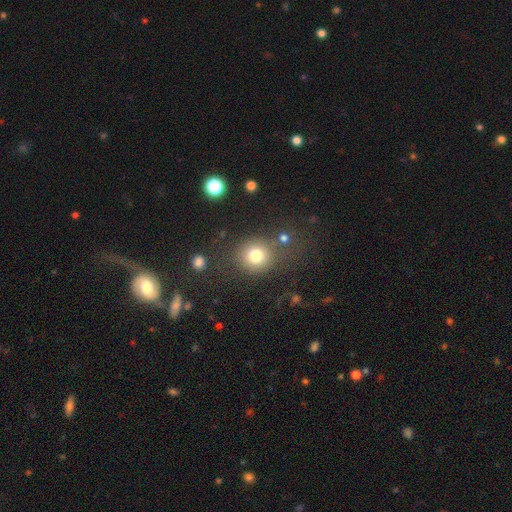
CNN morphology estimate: smooth-or-featured: smooth: 79% | star or artifact: 12% | featured or disk: 8%
  how-rounded: round: 83% | in between: 16% | cigar-shaped: 1%
  merging: none: 71% | minor disturbance: 12% | merger: 9% | major disturbance: 8%